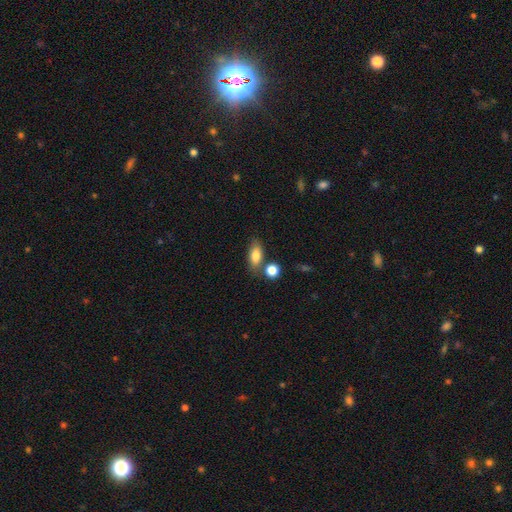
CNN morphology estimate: This appears to be a smooth galaxy with no disk features (81%) that is in between round and cigar-shaped (84%). Merging: none (67%).